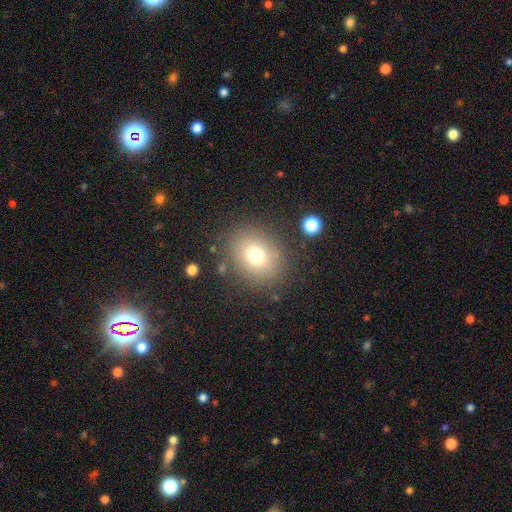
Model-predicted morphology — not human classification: Smooth or featured? Predicted: smooth (p=0.73). How rounded? Predicted: round (p=0.65). Merging? Predicted: none (p=0.81).